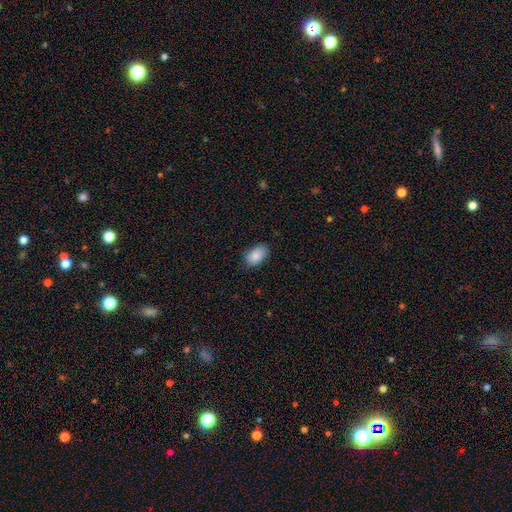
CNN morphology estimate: A smooth galaxy with no disk features (86%) that is in between round and cigar-shaped (92%). Merging: none (81%).